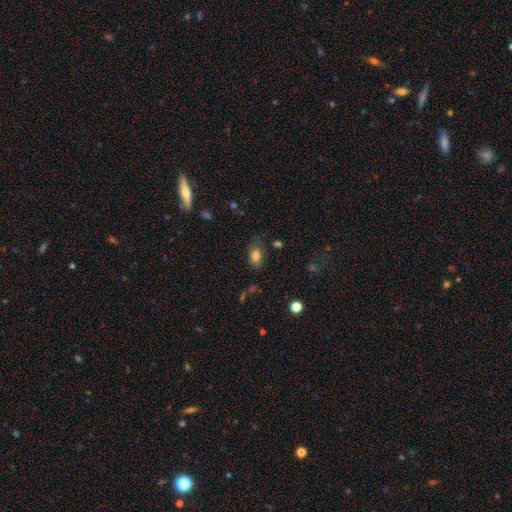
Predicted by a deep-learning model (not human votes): A smooth galaxy with no disk features (80%) that is in between round and cigar-shaped (86%). Merging: none (66%).